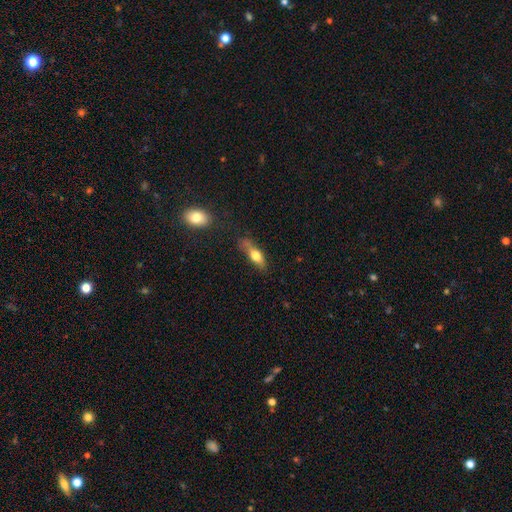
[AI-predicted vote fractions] Smooth or featured: smooth — 62% (featured or disk — 31%)
How rounded: in between — 51% (cigar-shaped — 44%)
Merging: none — 55% (minor disturbance — 27%)